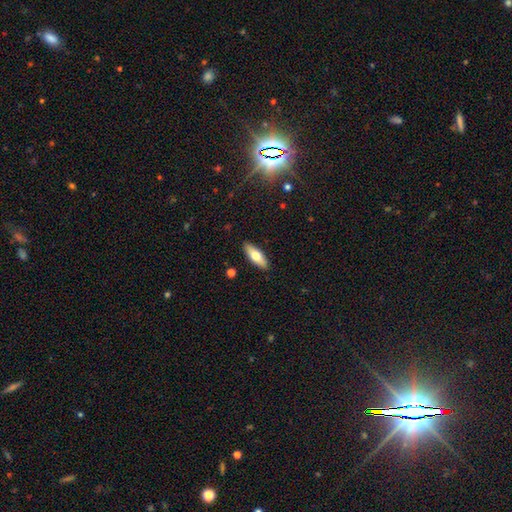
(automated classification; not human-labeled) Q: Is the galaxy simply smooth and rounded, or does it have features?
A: smooth — 67%.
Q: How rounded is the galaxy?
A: in between — 64%.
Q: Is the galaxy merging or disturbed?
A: none — 90%.